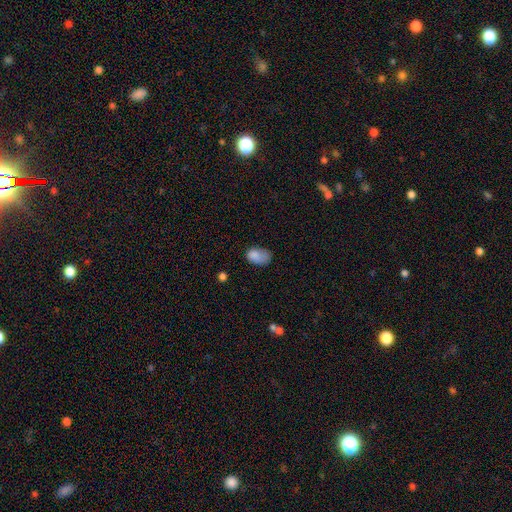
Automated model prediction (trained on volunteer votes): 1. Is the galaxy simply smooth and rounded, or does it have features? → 81% smooth, 9% star or artifact, 9% featured or disk.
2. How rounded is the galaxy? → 87% in between, 12% round, 1% cigar-shaped.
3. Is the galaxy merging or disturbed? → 42% none, 36% minor disturbance, 19% major disturbance, 3% merger.